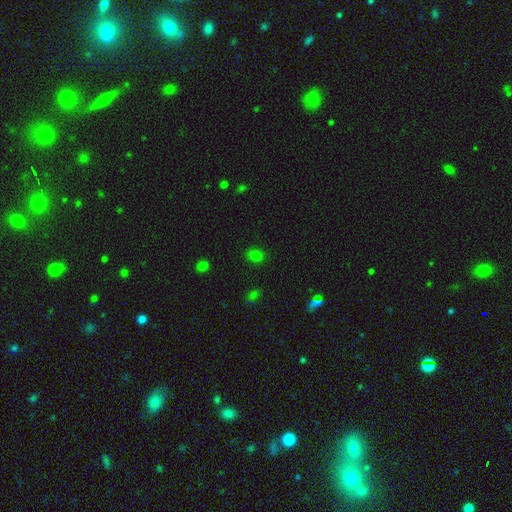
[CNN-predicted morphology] Smooth or featured? Predicted: smooth (p=0.76). How rounded? Predicted: round (p=0.59). Merging? Predicted: none (p=0.86).